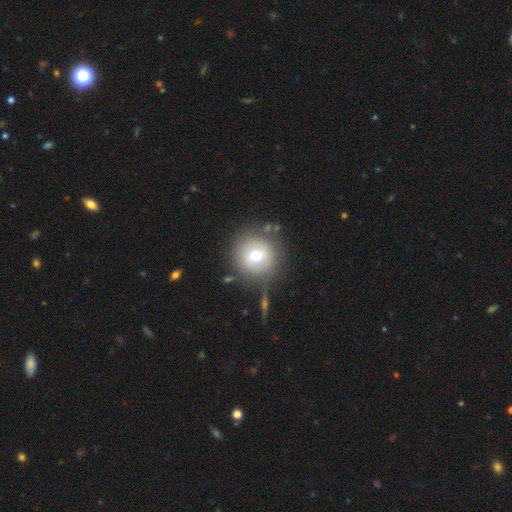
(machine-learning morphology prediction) Smooth or featured? Predicted: smooth (p=0.69). How rounded? Predicted: round (p=0.95). Merging? Predicted: none (p=0.79).